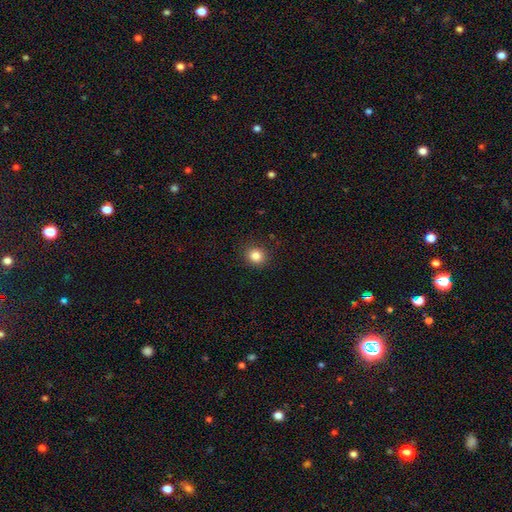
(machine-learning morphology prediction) Smooth or featured? smooth (84%)
How rounded? round (83%)
Merging? none (90%)